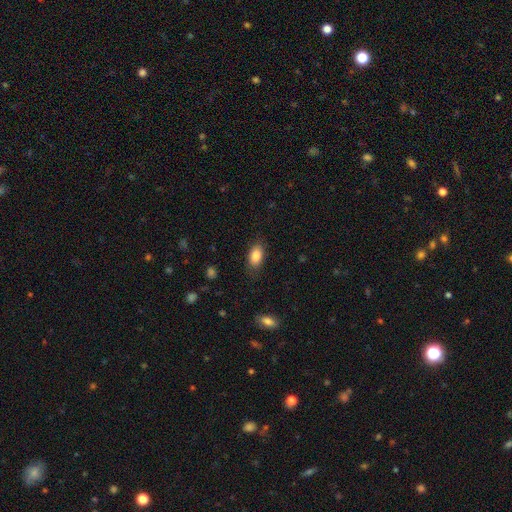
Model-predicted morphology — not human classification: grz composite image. It shows a smooth galaxy with no disk features (85%) that is in between round and cigar-shaped (90%). Merging: none (81%).